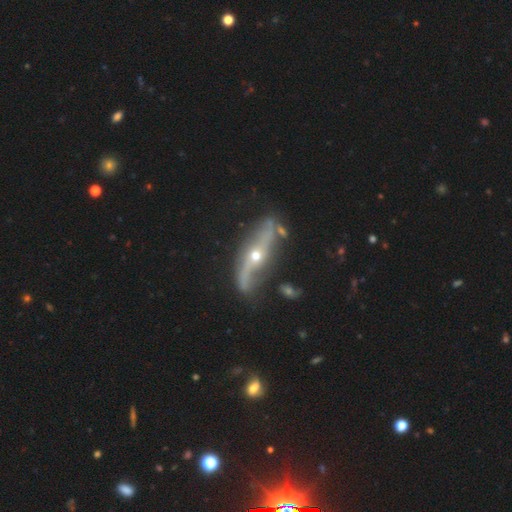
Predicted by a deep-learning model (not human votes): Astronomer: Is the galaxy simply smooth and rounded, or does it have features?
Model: featured or disk — 83%.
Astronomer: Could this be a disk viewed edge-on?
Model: no — 61% (runner-up: yes, 39%).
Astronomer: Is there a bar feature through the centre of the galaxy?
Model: no — 56%.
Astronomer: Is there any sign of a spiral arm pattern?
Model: yes — 82%.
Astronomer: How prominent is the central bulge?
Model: moderate — 50% (runner-up: small, 46%).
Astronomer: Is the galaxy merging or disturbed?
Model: none — 69%.